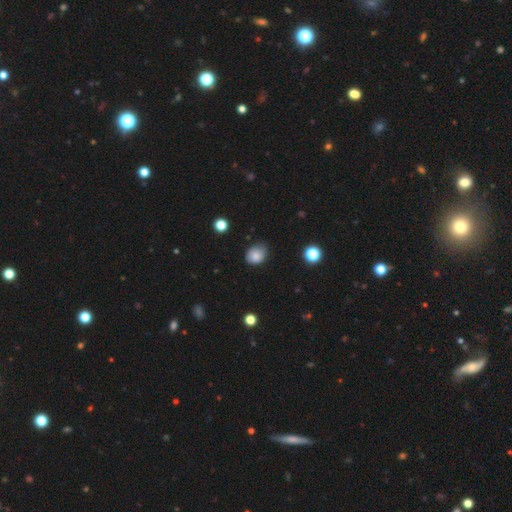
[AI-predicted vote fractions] Smooth or featured?
  - smooth: 83% *
  - star or artifact: 10%
  - featured or disk: 7%
How rounded?
  - in between: 53% *
  - round: 46%
  - cigar-shaped: 1%
Merging?
  - none: 67% *
  - minor disturbance: 27%
  - major disturbance: 4%
  - merger: 2%